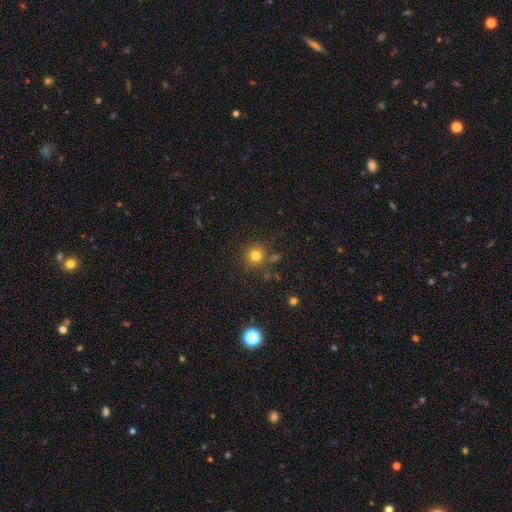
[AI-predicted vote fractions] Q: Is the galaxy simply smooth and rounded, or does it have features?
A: smooth — 79%.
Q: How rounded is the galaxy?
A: round — 92%.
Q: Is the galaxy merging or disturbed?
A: none — 77%.